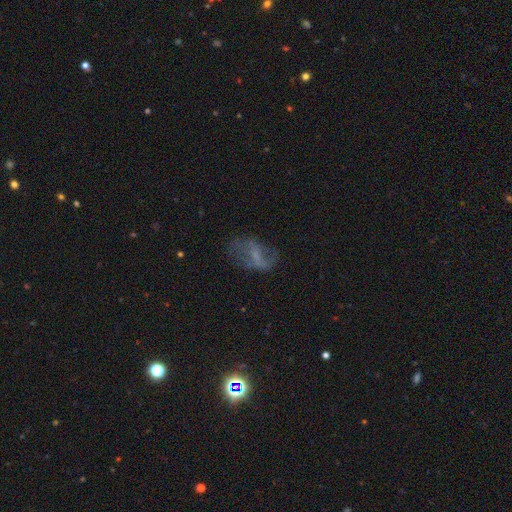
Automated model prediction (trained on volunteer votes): Smooth or featured?
  - featured or disk: 55% *
  - smooth: 31%
  - star or artifact: 14%
Edge-on disk?
  - no: 95% *
  - yes: 5%
Bar?
  - weak: 41% * (tied)
  - no: 41% * (tied)
  - strong: 17%
Spiral arms?
  - yes: 55% *
  - no: 45%
Bulge size?
  - none: 44% *
  - small: 37%
  - moderate: 15%
  - large: 2%
  - dominant: 1%
Merging?
  - none: 51% *
  - major disturbance: 24%
  - minor disturbance: 22%
  - merger: 3%